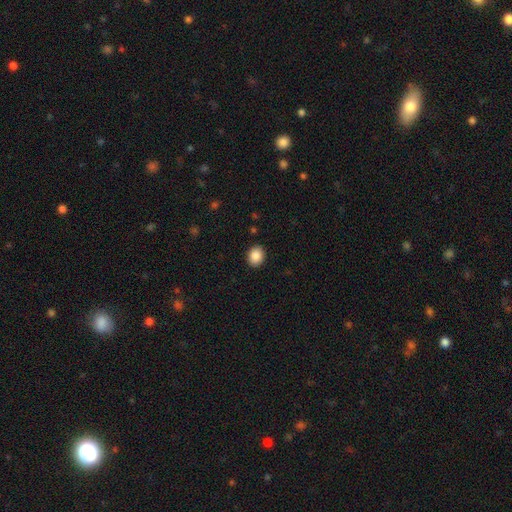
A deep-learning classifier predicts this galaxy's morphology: smooth-or-featured: smooth: 89% | star or artifact: 8% | featured or disk: 3%
  how-rounded: round: 57% | in between: 42% | cigar-shaped: 1%
  merging: none: 91% | minor disturbance: 7% | major disturbance: 2% | merger: 1%